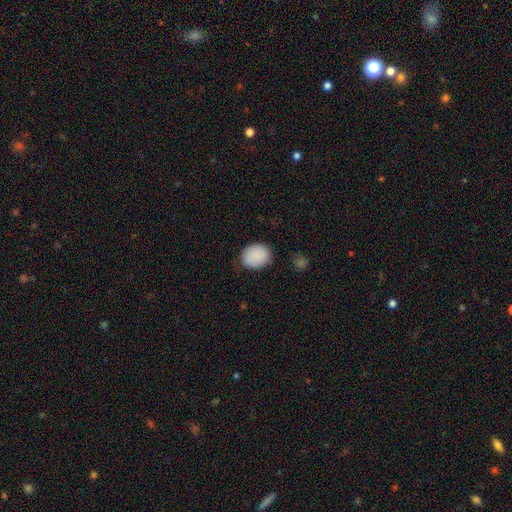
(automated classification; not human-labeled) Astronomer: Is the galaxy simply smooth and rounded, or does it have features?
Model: smooth — 89%.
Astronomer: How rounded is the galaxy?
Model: round — 54% (runner-up: in between, 45%).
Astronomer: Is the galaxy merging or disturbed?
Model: none — 82%.